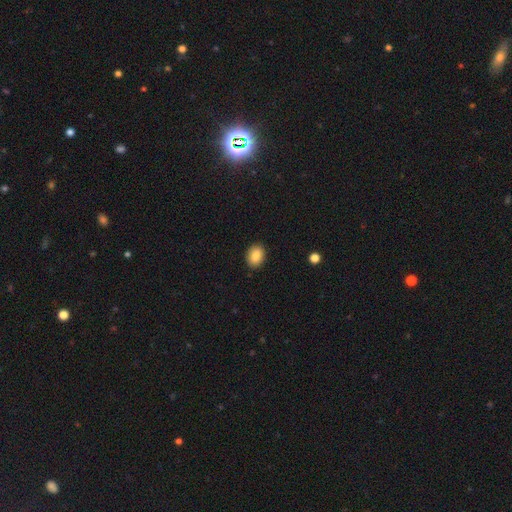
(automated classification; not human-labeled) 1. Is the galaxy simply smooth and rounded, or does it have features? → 87% smooth, 8% star or artifact, 5% featured or disk.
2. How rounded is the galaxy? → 65% in between, 34% round, 1% cigar-shaped.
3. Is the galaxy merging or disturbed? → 90% none, 7% minor disturbance, 2% major disturbance, 1% merger.